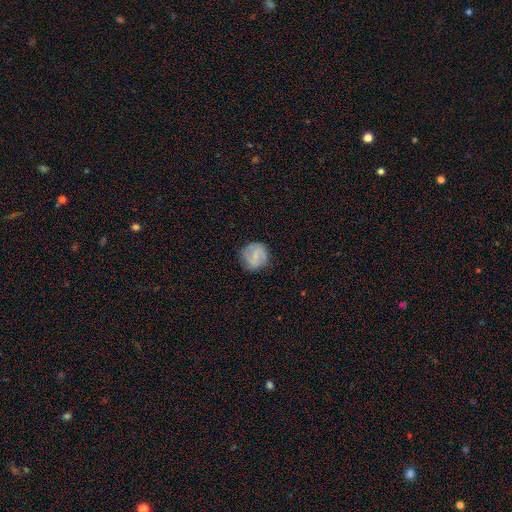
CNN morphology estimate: Overall: smooth (57%; featured or disk 36%). How rounded: round (89%). Merging: none (78%).